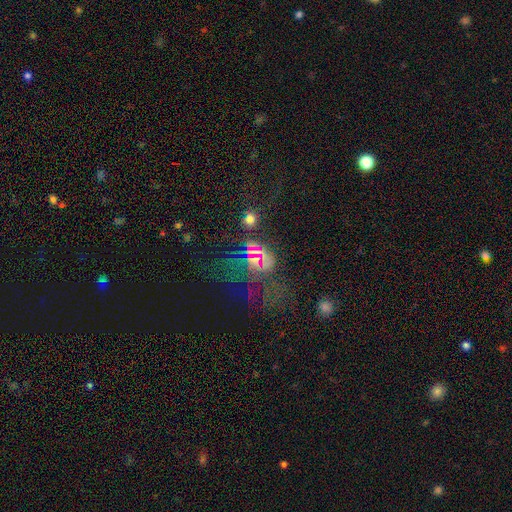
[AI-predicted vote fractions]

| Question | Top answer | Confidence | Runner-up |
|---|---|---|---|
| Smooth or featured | star or artifact | 67% | smooth (19%) |